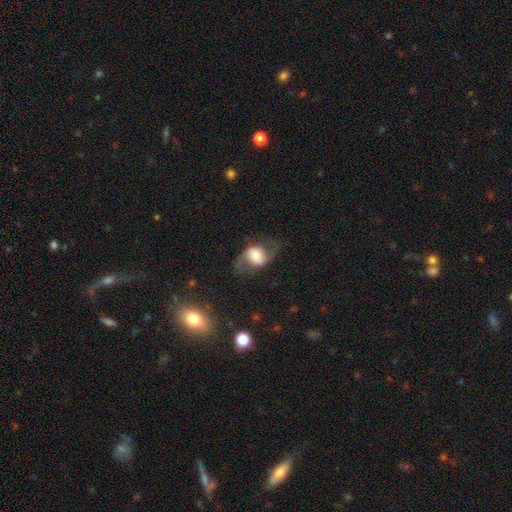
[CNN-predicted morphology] Smooth or featured?
  - featured or disk: 60% *
  - smooth: 32%
  - star or artifact: 8%
Edge-on disk?
  - no: 95% *
  - yes: 5%
Bar?
  - no: 49% *
  - weak: 34%
  - strong: 17%
Spiral arms?
  - yes: 86% *
  - no: 14%
Bulge size?
  - moderate: 45% *
  - large: 25%
  - small: 20%
  - dominant: 8%
  - none: 3%
Merging?
  - none: 64% *
  - minor disturbance: 19%
  - major disturbance: 16%
  - merger: 2%